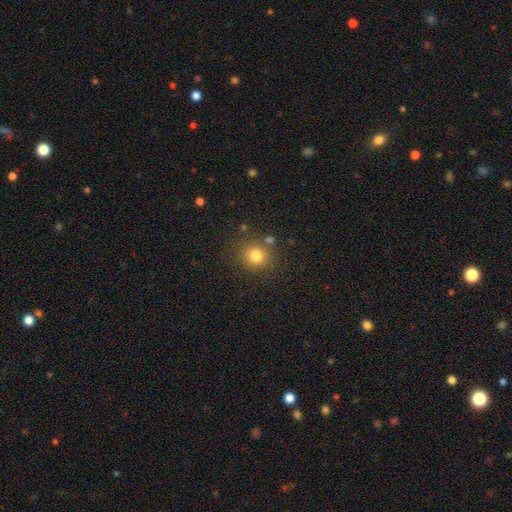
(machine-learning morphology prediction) Smooth or featured: smooth — 80% (star or artifact — 13%)
How rounded: round — 85% (in between — 14%)
Merging: none — 80% (minor disturbance — 10%)